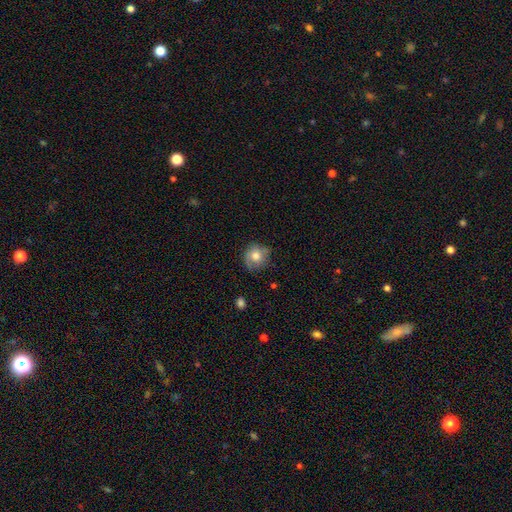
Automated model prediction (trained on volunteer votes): Smooth or featured? smooth (67%)
How rounded? round (81%)
Merging? none (66%)